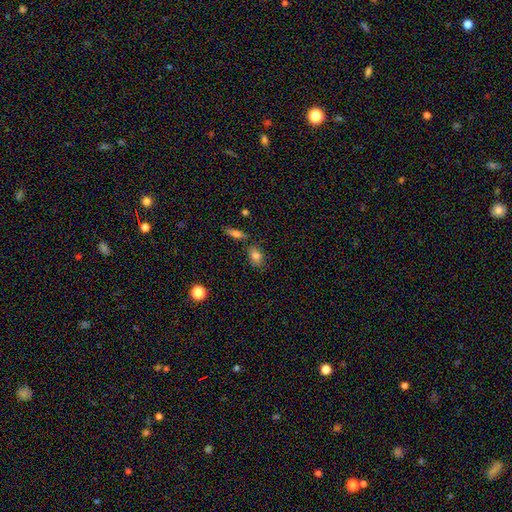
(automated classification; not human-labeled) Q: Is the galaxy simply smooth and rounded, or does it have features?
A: smooth — 80%.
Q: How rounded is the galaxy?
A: in between — 69%.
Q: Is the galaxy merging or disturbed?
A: none — 71%.